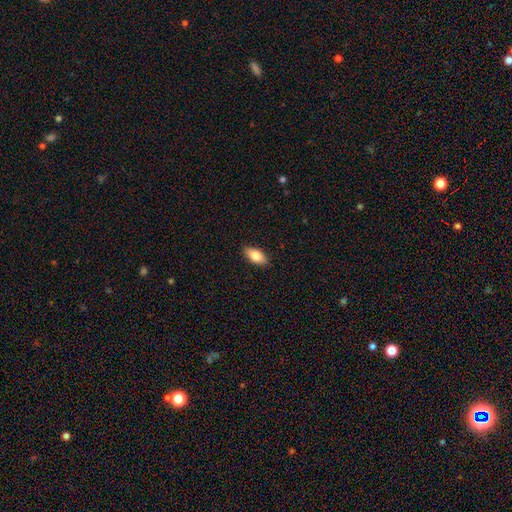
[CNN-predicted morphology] A smooth galaxy with no disk features (79%) that is in between round and cigar-shaped (89%).

Vote fractions:
- Smooth or featured? smooth: 79% / featured or disk: 14% / star or artifact: 7%
- How rounded? in between: 89% / cigar-shaped: 8% / round: 4%
- Merging? none: 88% / minor disturbance: 9% / major disturbance: 2% / merger: 1%